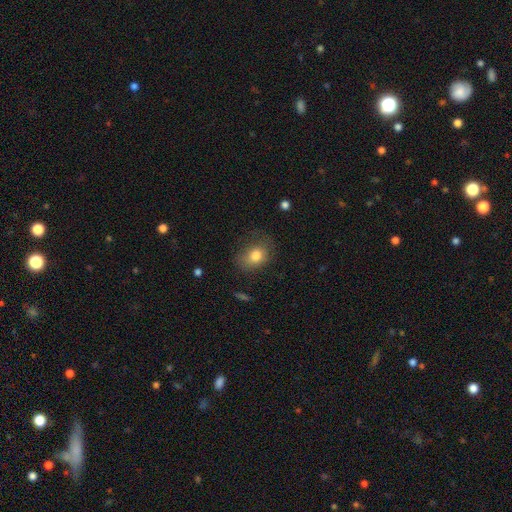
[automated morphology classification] smooth-or-featured: smooth: 79% | featured or disk: 12% | star or artifact: 9%
  how-rounded: in between: 60% | round: 38% | cigar-shaped: 1%
  merging: none: 60% | minor disturbance: 25% | major disturbance: 13% | merger: 2%